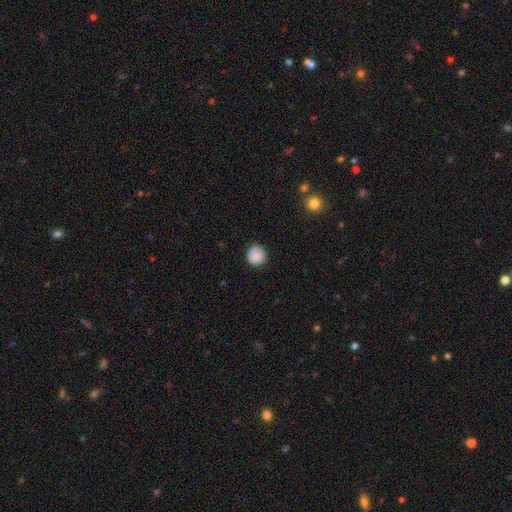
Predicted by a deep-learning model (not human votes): Smooth or featured?
  - smooth: 88% *
  - star or artifact: 8%
  - featured or disk: 4%
How rounded?
  - round: 90% *
  - in between: 9%
  - cigar-shaped: 1%
Merging?
  - none: 85% *
  - minor disturbance: 11%
  - major disturbance: 2%
  - merger: 1%